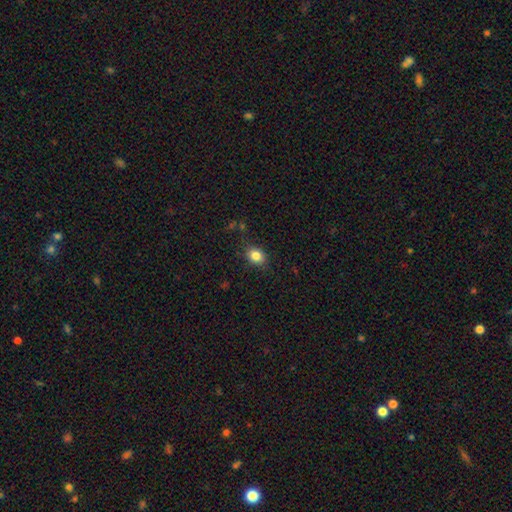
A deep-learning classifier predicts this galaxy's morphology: A smooth galaxy with no disk features (84%) that is in between round and cigar-shaped (51%).

Vote fractions:
- Smooth or featured? smooth: 84% / star or artifact: 10% / featured or disk: 6%
- How rounded? in between: 51% / round: 48% / cigar-shaped: 1%
- Merging? none: 81% / minor disturbance: 13% / major disturbance: 4% / merger: 2%